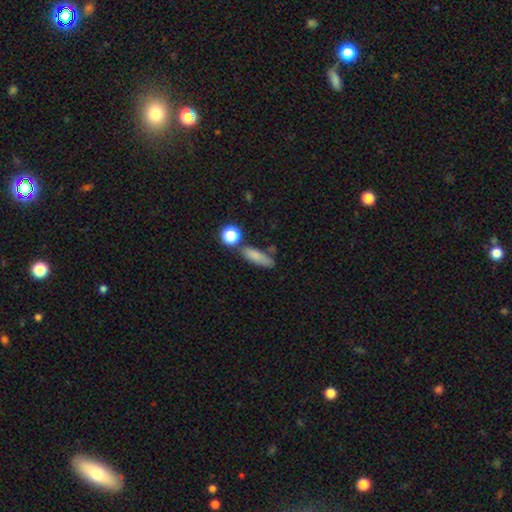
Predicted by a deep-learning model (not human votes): This appears to be a smooth galaxy with no disk features (76%) that is cigar-shaped (48%). Merging: none (65%).